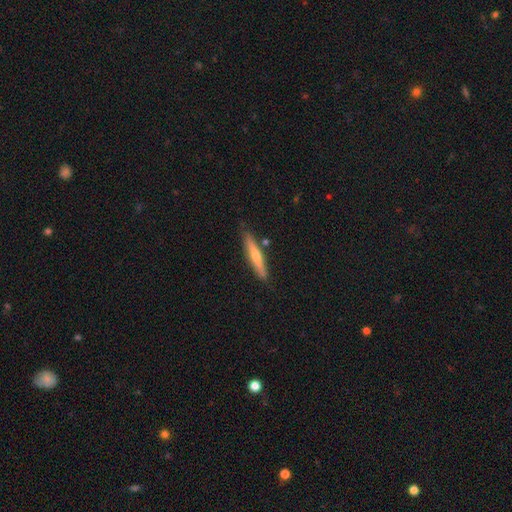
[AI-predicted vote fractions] This appears to be a featured or disk galaxy (52%) viewed edge-on (94%). Merging: none (86%).